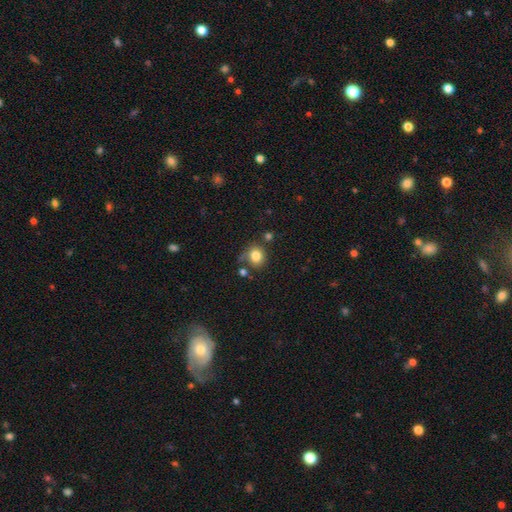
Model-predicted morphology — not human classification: Smooth or featured? smooth (81%)
How rounded? round (75%)
Merging? none (63%)